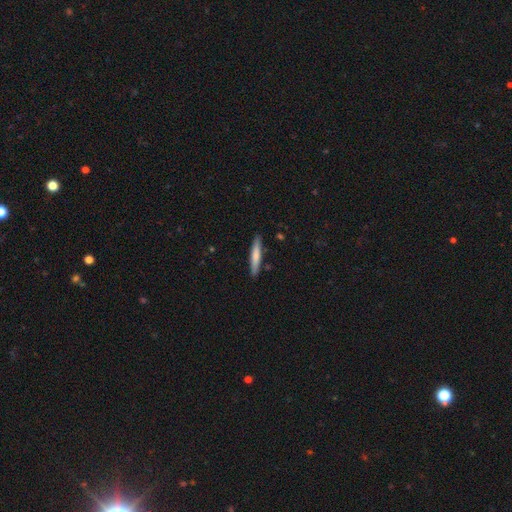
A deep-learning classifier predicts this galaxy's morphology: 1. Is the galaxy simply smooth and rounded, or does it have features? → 69% smooth, 25% featured or disk, 5% star or artifact.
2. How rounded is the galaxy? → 93% cigar-shaped, 6% in between, 1% round.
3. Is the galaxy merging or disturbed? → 88% none, 9% minor disturbance, 2% merger, 2% major disturbance.